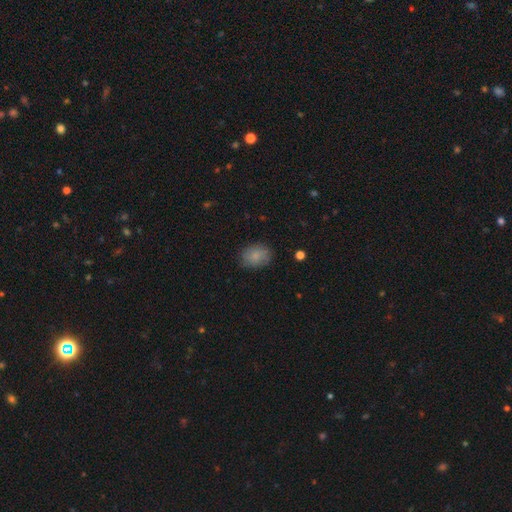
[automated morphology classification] This appears to be a smooth galaxy with no disk features (84%) that is in between round and cigar-shaped (60%). Merging: none (82%).